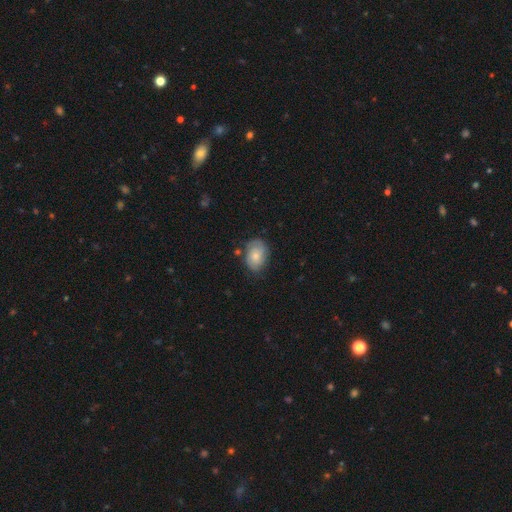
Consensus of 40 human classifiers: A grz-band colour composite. It shows a featured or disk galaxy (52%) with no bar (85%), 2 (56%) tight (50%) spiral arms (90%) and a moderate central bulge (50%). Merging: none (72%).